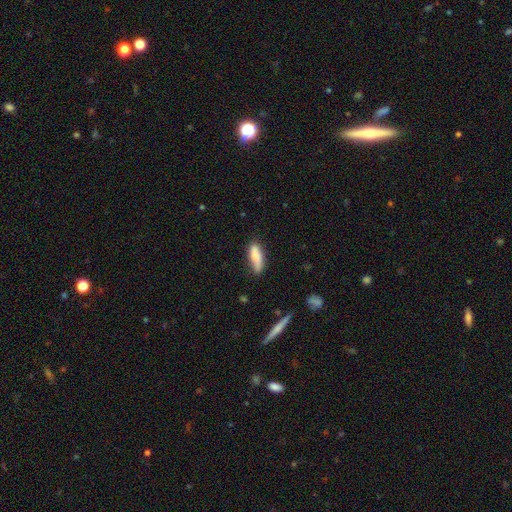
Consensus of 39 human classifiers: smooth 79%, featured or disk 15%, star or artifact 5%. Down the decision tree: how rounded — cigar-shaped (61%); merging — none (57%).